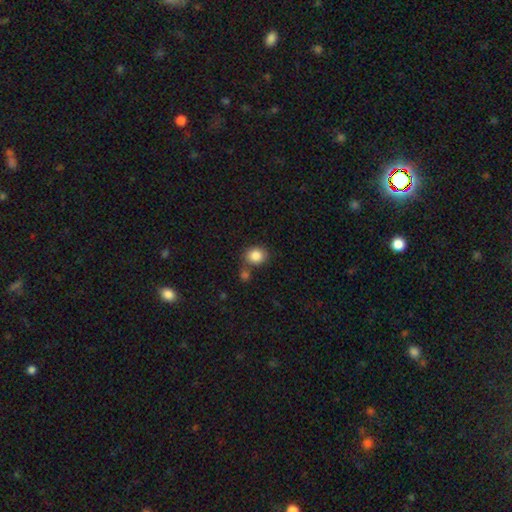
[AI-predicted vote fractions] This appears to be a smooth galaxy with no disk features (86%) that is round (76%). Merging: none (66%).